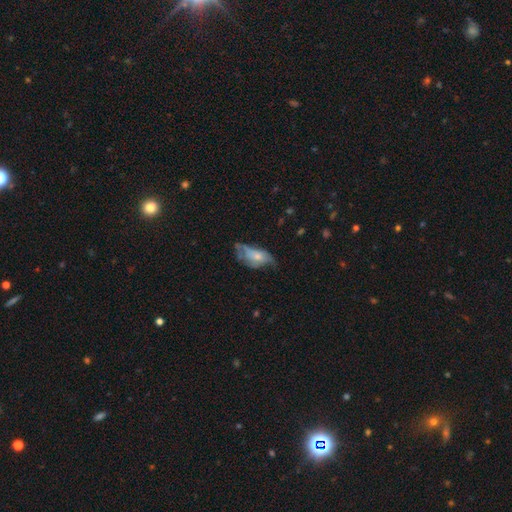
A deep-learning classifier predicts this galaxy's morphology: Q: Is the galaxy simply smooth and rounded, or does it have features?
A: smooth — 50%.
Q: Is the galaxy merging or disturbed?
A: minor disturbance — 33%, tied with major disturbance.